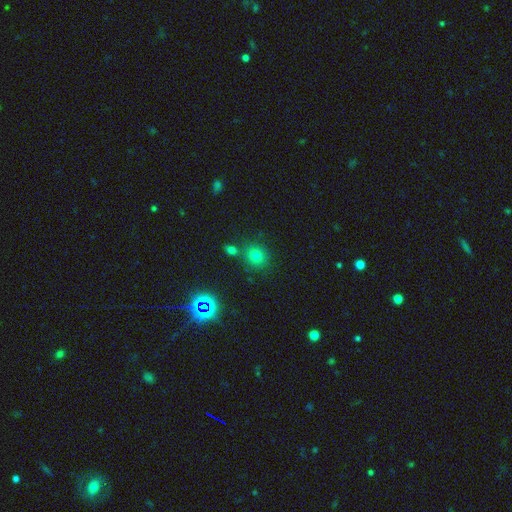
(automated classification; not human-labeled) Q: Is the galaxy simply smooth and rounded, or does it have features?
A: smooth — 72%.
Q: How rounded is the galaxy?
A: round — 84%.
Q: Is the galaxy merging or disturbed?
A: none — 75%.